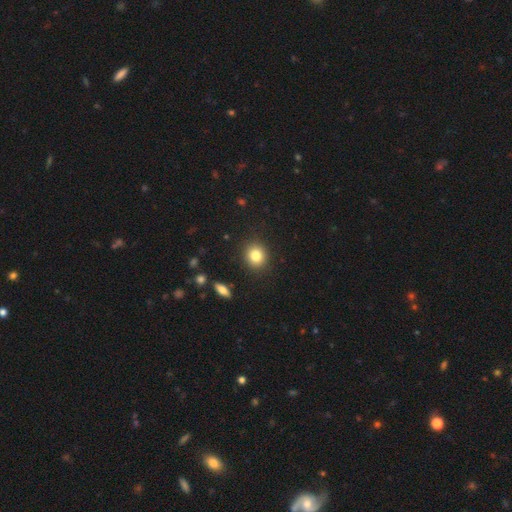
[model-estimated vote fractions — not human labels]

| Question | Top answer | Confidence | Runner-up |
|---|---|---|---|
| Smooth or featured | smooth | 82% | star or artifact (11%) |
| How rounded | round | 80% | in between (19%) |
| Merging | none | 90% | minor disturbance (7%) |